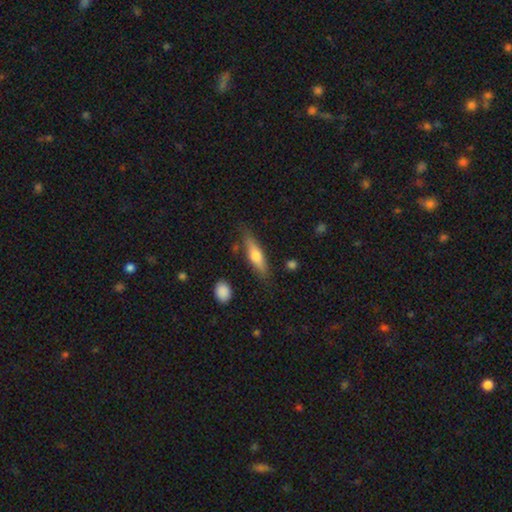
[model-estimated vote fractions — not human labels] A smooth galaxy with no disk features (55%) that is cigar-shaped (68%). Merging: none (76%).